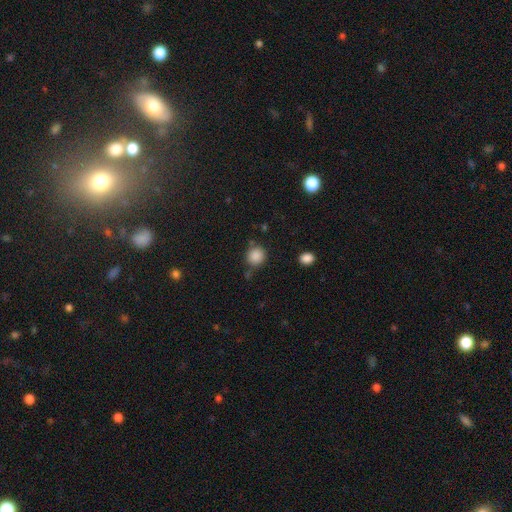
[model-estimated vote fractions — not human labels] smooth_or_featured: smooth (p=0.87) [alt: star or artifact p=0.10]
how_rounded: round (p=0.88) [alt: in between p=0.11]
merging: none (p=0.77) [alt: minor disturbance p=0.13]